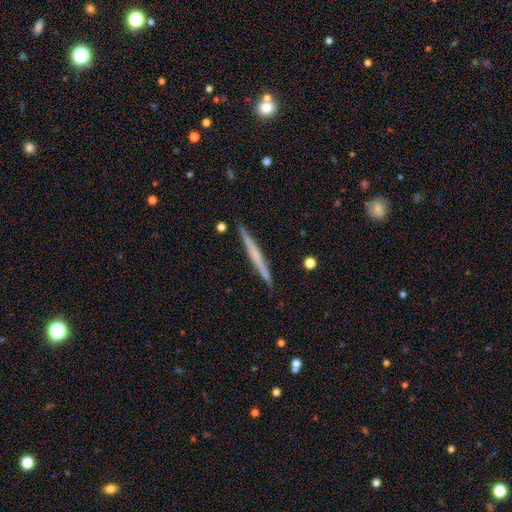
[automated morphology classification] Smooth or featured: featured or disk — 52% (smooth — 42%)
Edge-on disk: yes — 98% (no — 2%)
Edge-on bulge: none — 76% (rounded — 16%)
Merging: none — 91% (minor disturbance — 7%)